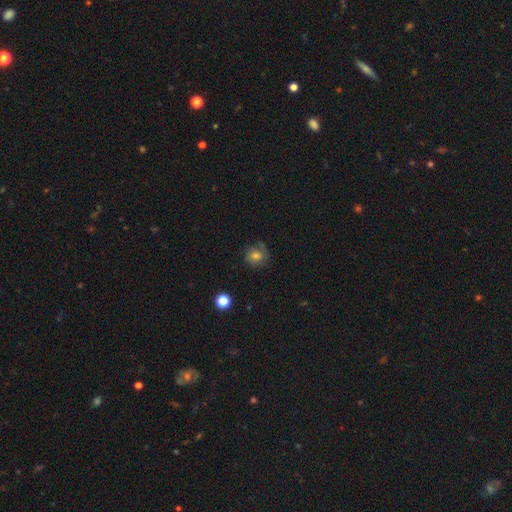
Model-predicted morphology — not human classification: A smooth galaxy with no disk features (66%) that is round (83%).

Vote fractions:
- Smooth or featured? smooth: 66% / featured or disk: 21% / star or artifact: 13%
- How rounded? round: 83% / in between: 16% / cigar-shaped: 1%
- Merging? none: 71% / minor disturbance: 19% / major disturbance: 7% / merger: 3%